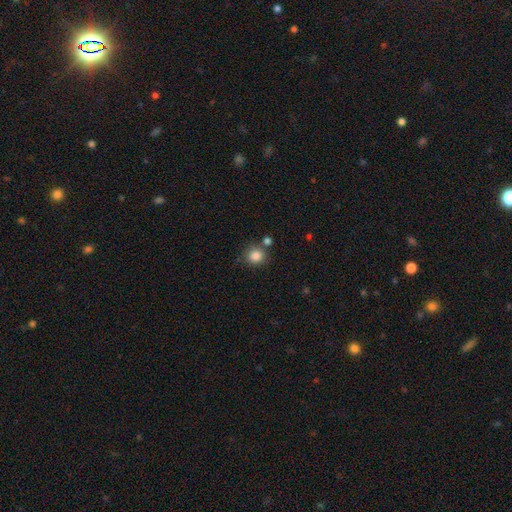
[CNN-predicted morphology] Smooth or featured? Predicted: smooth (p=0.85). How rounded? Predicted: round (p=0.87). Merging? Predicted: none (p=0.73).